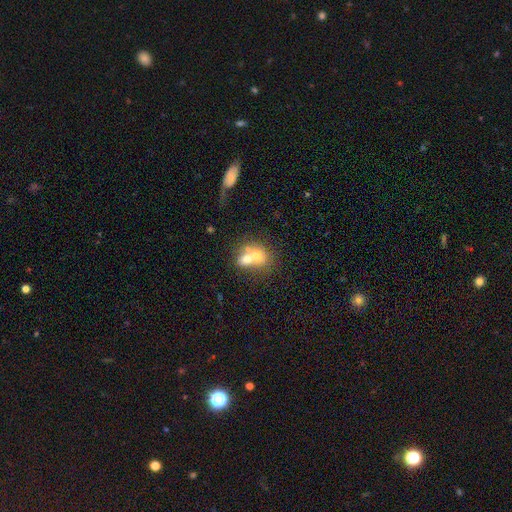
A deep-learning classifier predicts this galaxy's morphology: smooth-or-featured: smooth: 61% | featured or disk: 28% | star or artifact: 11%
  how-rounded: round: 57% | in between: 42% | cigar-shaped: 1%
  merging: merger: 68% | none: 21% | minor disturbance: 6% | major disturbance: 4%